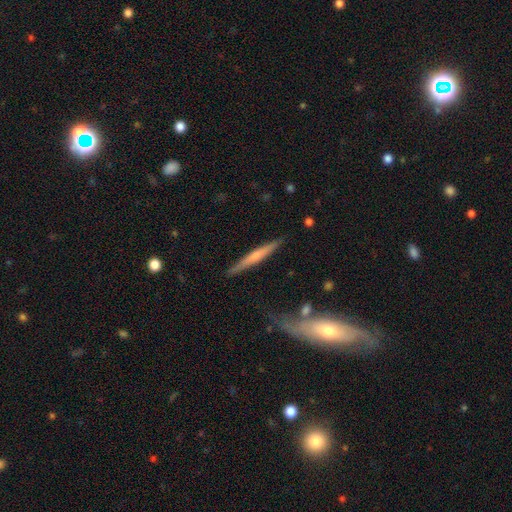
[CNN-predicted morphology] This is possibly a featured or disk galaxy (48%). Merging: clearly none (83%).